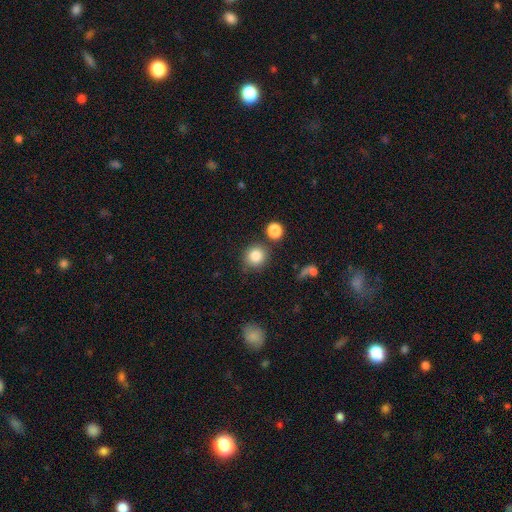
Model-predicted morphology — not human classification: Overall: smooth (84%). How rounded: round (90%). Merging: none (78%).